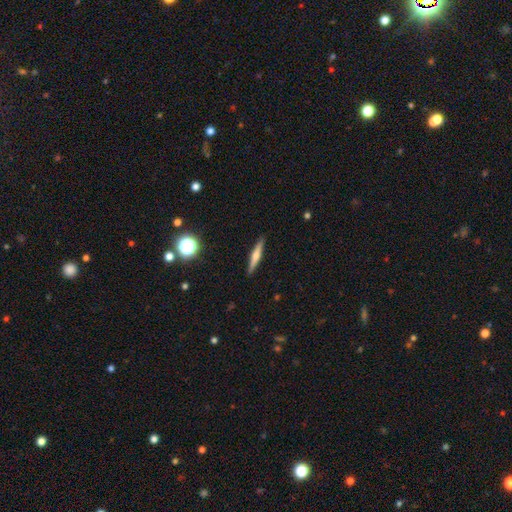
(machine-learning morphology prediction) Overall: featured or disk (56%; smooth 36%). Edge-on disk: yes (97%). Edge-on bulge: rounded (82%). Merging: none (90%).